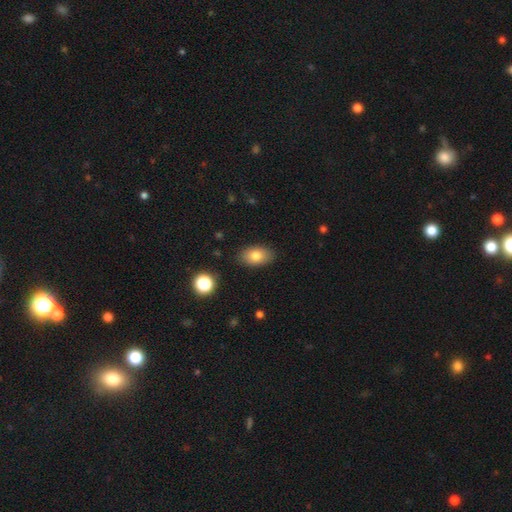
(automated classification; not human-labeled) Smooth or featured: smooth — 80% (featured or disk — 12%)
How rounded: in between — 89% (round — 9%)
Merging: none — 86% (minor disturbance — 10%)